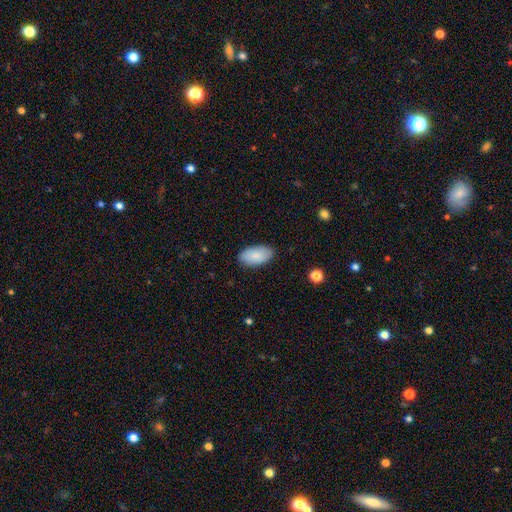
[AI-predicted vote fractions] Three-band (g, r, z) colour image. It shows a smooth galaxy with no disk features (86%) that is in between round and cigar-shaped (95%). Merging: none (86%).